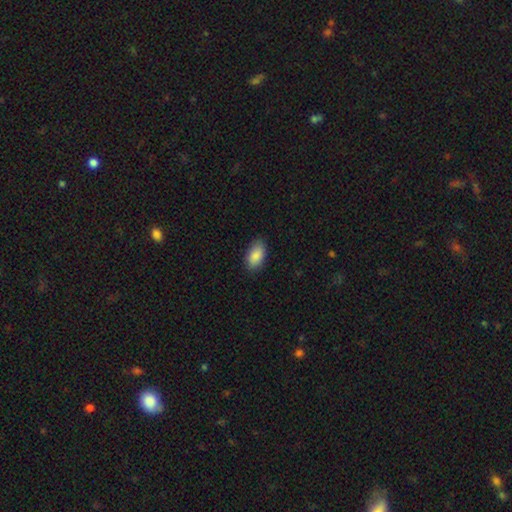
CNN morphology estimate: A smooth galaxy with no disk features (88%) that is in between round and cigar-shaped (94%). Merging: none (85%).